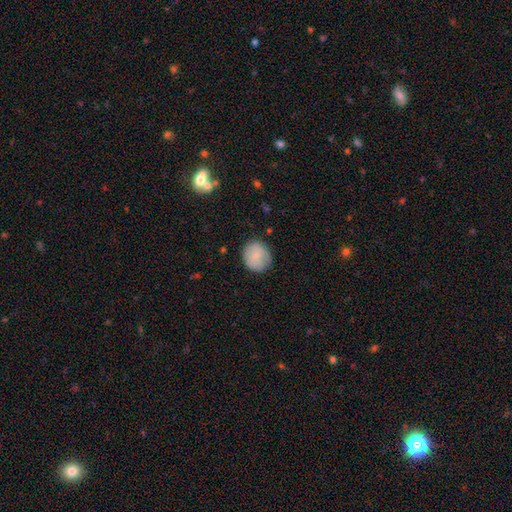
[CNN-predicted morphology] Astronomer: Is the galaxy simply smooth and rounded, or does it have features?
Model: smooth — 81%.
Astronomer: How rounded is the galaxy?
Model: round — 81%.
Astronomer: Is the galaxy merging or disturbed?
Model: none — 81%.